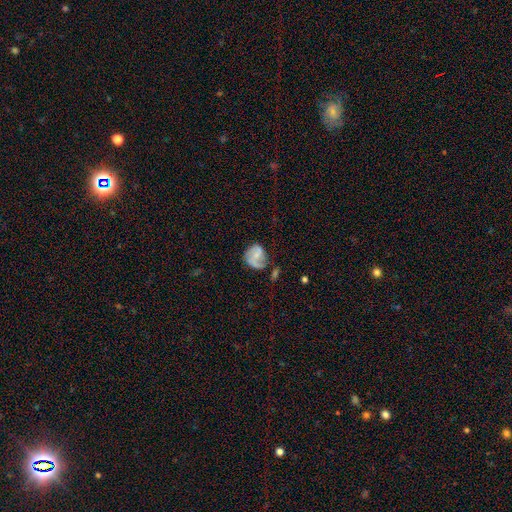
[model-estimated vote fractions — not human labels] Overall: featured or disk (62%; smooth 31%). Edge-on disk: no (98%). Bar: no (45%; weak 42%). Spiral arms: yes (82%). Bulge size: small (54%; moderate 25%). Merging: none (44%; minor disturbance 28%).